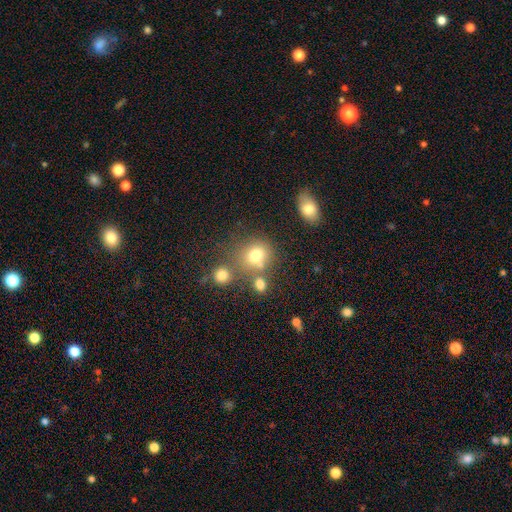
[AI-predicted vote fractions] The model was most divided on "merging": none: 60%, merger: 23%, minor disturbance: 12%, major disturbance: 6%. More confident: how rounded — round (78%); smooth or featured — smooth (74%).